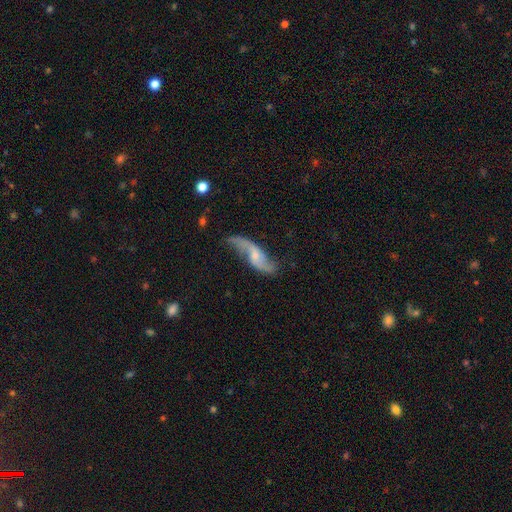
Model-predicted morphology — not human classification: A featured or disk galaxy (79%) with no bar (50%), 2 (91%) loose (84%) spiral arms (93%) and a small central bulge (55%).

Vote fractions:
- Smooth or featured? featured or disk: 79% / smooth: 15% / star or artifact: 6%
- Edge-on disk? no: 89% / yes: 11%
- Bar? no: 50% / weak: 39% / strong: 11%
- Spiral arms? yes: 93% / no: 7%
- Spiral winding? loose: 84% / medium: 12% / tight: 4%
- Spiral arm count? 2: 91% / can't tell: 3% / 1: 3% / 3: 1% / 4: 1% / more than 4: 1%
- Bulge size? small: 55% / moderate: 29% / none: 12% / large: 2% / dominant: 1%
- Merging? none: 63% / minor disturbance: 23% / major disturbance: 11% / merger: 3%